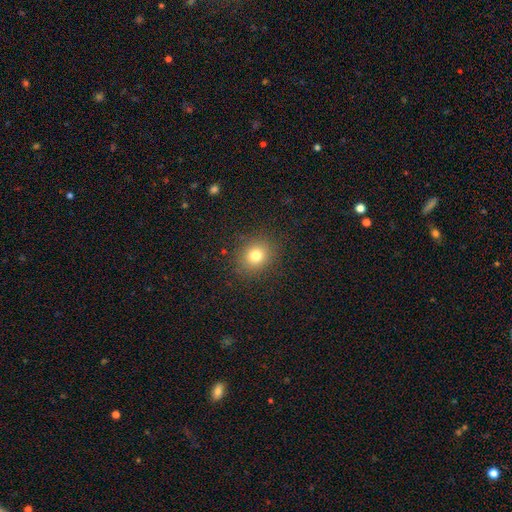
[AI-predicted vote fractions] Smooth or featured: smooth — 78% (star or artifact — 13%)
How rounded: round — 74% (in between — 25%)
Merging: none — 88% (minor disturbance — 8%)